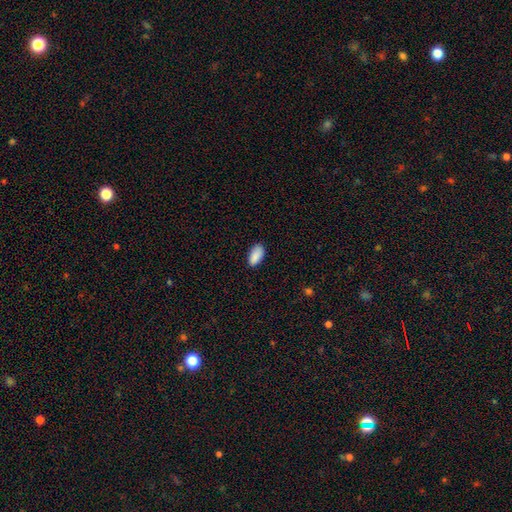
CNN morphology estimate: Smooth or featured? smooth (90%)
How rounded? in between (93%)
Merging? none (85%)